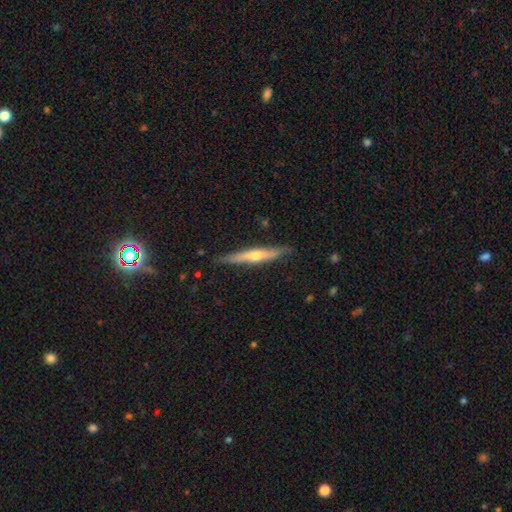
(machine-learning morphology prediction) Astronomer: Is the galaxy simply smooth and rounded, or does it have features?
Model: featured or disk — 66%.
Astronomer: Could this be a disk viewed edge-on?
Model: yes — 96%.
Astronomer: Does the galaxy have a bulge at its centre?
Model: rounded — 88%.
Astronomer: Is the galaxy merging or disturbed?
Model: none — 85%.